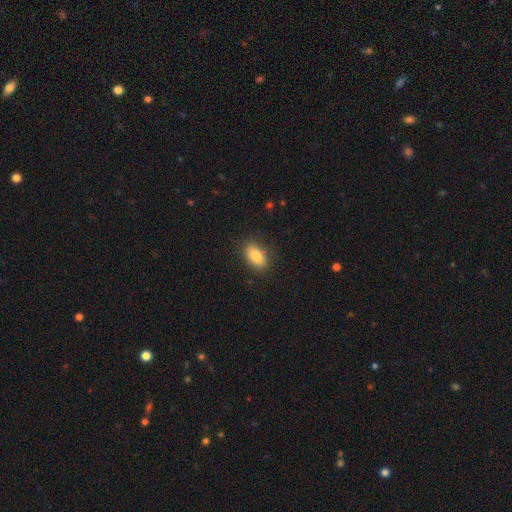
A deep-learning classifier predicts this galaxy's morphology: Overall: smooth (85%). How rounded: in between (90%). Merging: none (86%).